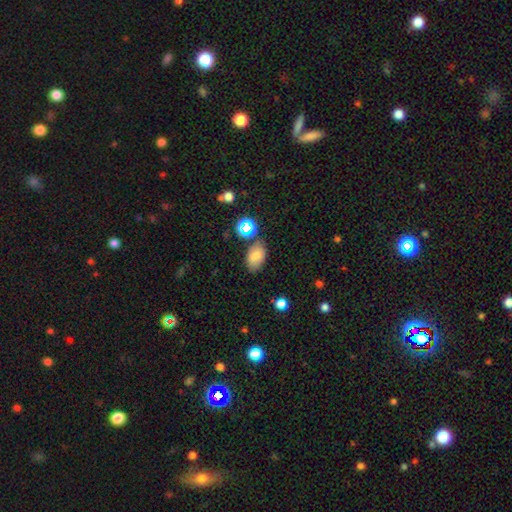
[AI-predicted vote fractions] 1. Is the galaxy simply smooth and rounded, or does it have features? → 75% smooth, 13% star or artifact, 12% featured or disk.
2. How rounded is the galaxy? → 88% in between, 10% round, 1% cigar-shaped.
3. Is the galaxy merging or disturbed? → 76% none, 15% minor disturbance, 5% merger, 4% major disturbance.